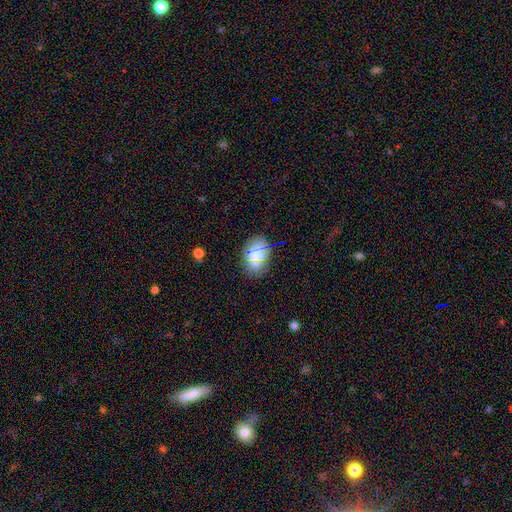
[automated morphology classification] The model was most divided on "smooth or featured": smooth: 71%, star or artifact: 18%, featured or disk: 11%. More confident: how rounded — in between (83%); merging — none (80%).